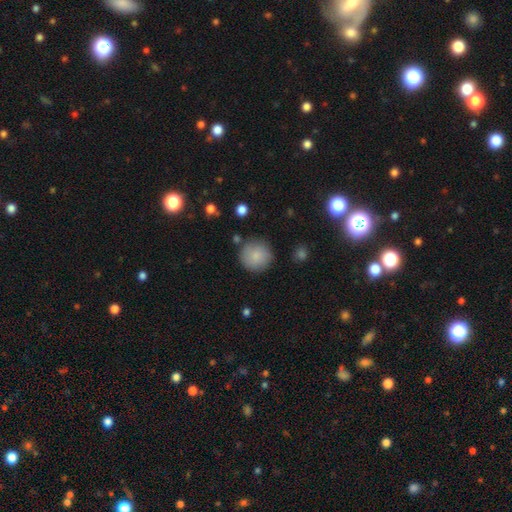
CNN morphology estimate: A smooth galaxy with no disk features (85%) that is round (94%).

Vote fractions:
- Smooth or featured? smooth: 85% / featured or disk: 8% / star or artifact: 7%
- How rounded? round: 94% / in between: 5% / cigar-shaped: 1%
- Merging? none: 82% / minor disturbance: 12% / major disturbance: 3% / merger: 3%